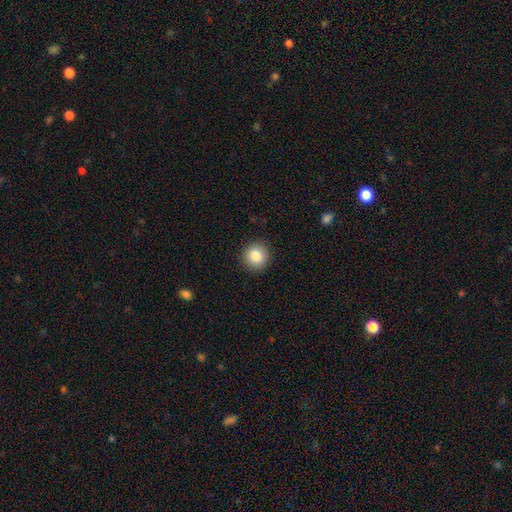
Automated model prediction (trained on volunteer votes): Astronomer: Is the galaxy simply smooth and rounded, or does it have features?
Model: smooth — 85%.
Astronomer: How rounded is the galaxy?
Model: round — 92%.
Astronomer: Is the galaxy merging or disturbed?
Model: none — 91%.